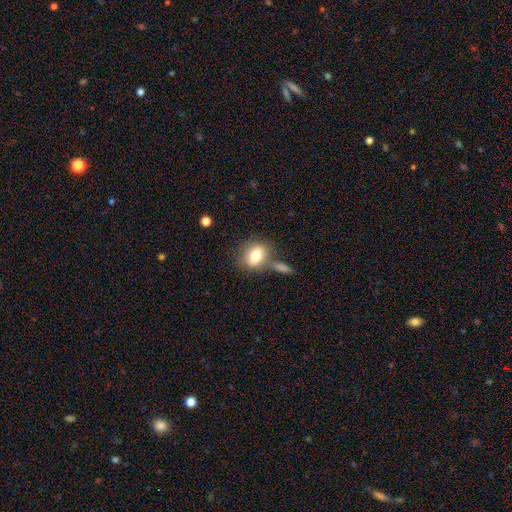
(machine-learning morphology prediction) A smooth galaxy with no disk features (75%) that is round (50%). Merging: none (57%).